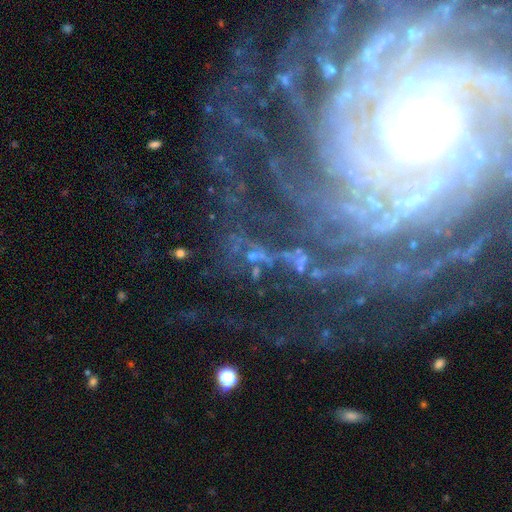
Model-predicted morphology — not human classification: type=featured or disk (45%); merging=none (57%).